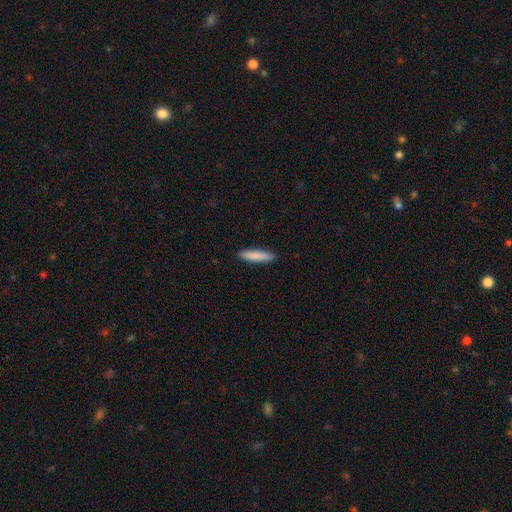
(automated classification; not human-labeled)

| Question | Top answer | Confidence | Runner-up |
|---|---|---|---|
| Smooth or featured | smooth | 86% | featured or disk (8%) |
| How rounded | cigar-shaped | 85% | in between (14%) |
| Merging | none | 90% | minor disturbance (7%) |